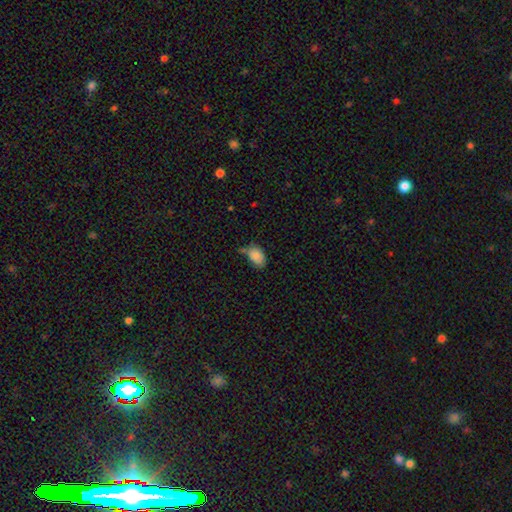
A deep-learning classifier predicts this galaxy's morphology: Overall: smooth (87%). How rounded: in between (87%). Merging: none (50%; minor disturbance 32%).